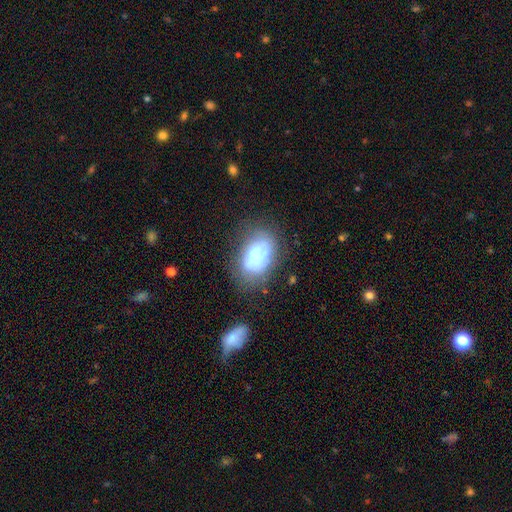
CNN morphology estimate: Smooth or featured?
  - smooth: 58% *
  - featured or disk: 32%
  - star or artifact: 10%
How rounded?
  - in between: 89% *
  - round: 10%
  - cigar-shaped: 2%
Merging?
  - none: 52% *
  - minor disturbance: 27%
  - major disturbance: 14%
  - merger: 7%